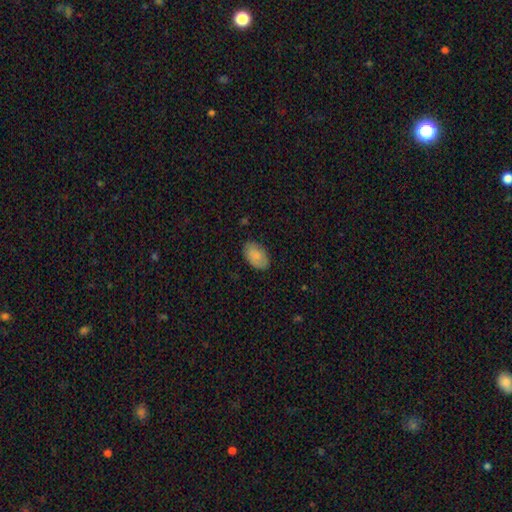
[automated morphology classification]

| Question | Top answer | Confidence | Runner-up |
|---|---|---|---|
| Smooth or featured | smooth | 86% | featured or disk (8%) |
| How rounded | in between | 93% | round (6%) |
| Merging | none | 83% | minor disturbance (13%) |